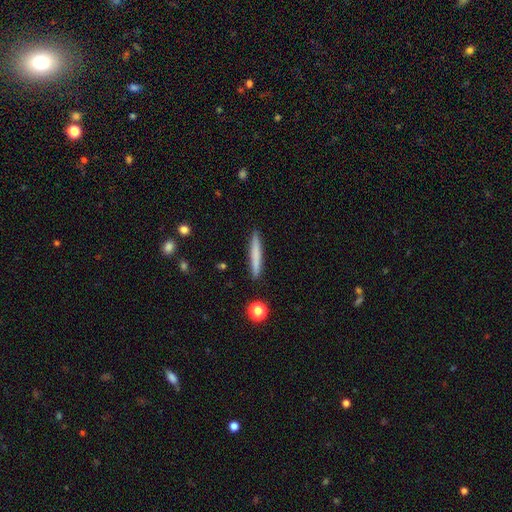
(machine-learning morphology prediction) Smooth or featured? smooth (71%)
How rounded? cigar-shaped (95%)
Merging? none (90%)